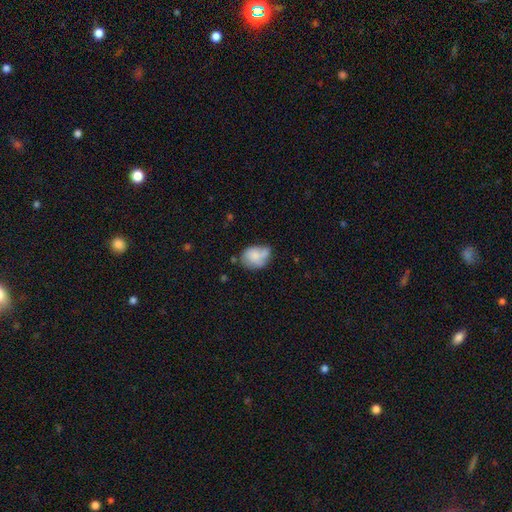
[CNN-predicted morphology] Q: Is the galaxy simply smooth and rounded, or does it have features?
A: smooth — 66%.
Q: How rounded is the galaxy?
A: in between — 59%.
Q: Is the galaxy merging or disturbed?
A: none — 37%.